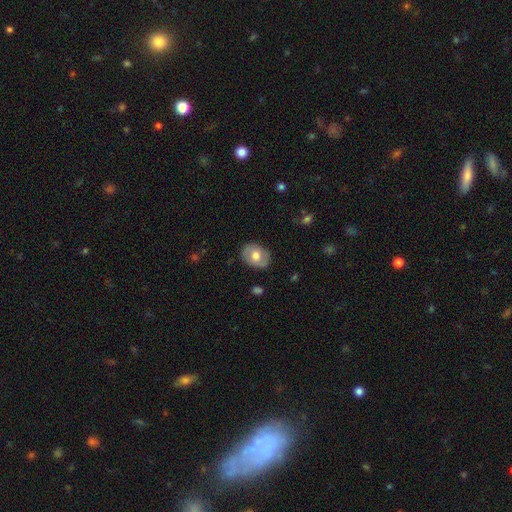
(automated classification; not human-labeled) Smooth or featured? smooth (61%)
How rounded? in between (64%)
Merging? none (83%)